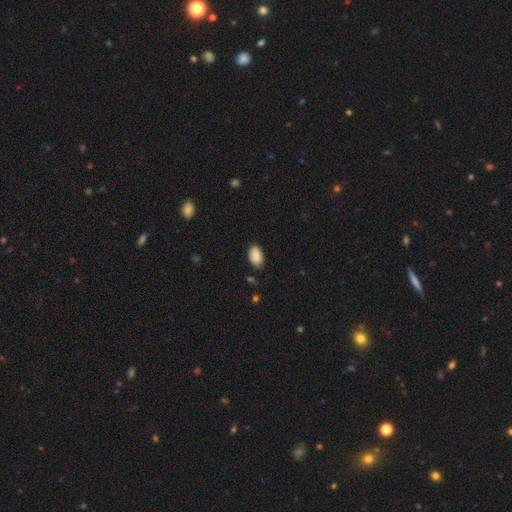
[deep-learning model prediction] Smooth or featured: smooth — 88% (star or artifact — 7%)
How rounded: in between — 93% (round — 6%)
Merging: none — 81% (minor disturbance — 15%)